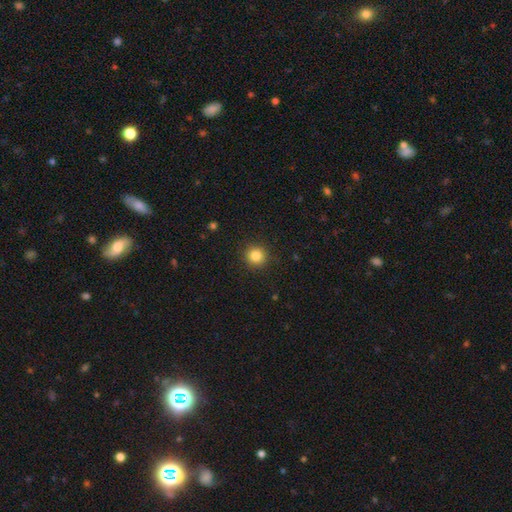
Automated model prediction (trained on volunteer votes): Overall: smooth (84%). How rounded: round (93%). Merging: none (91%).